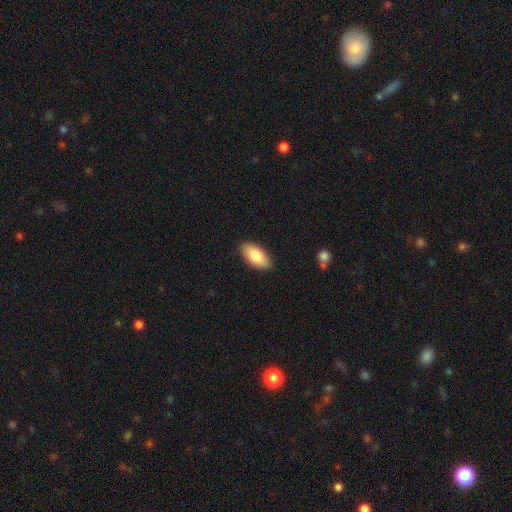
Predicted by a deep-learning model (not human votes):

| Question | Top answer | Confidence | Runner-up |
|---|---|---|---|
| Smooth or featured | smooth | 85% | featured or disk (9%) |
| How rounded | in between | 92% | cigar-shaped (6%) |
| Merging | none | 88% | minor disturbance (9%) |